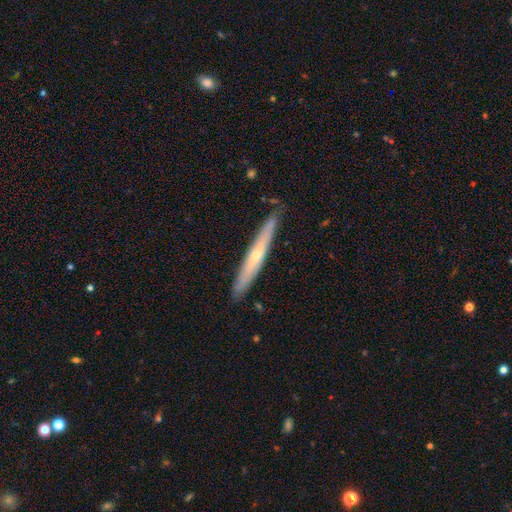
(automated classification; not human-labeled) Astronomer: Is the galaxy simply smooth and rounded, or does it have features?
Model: featured or disk — 56% (runner-up: smooth, 38%).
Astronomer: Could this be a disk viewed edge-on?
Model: yes — 91%.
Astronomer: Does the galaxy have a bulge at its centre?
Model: rounded — 62%.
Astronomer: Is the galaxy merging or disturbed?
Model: none — 86%.